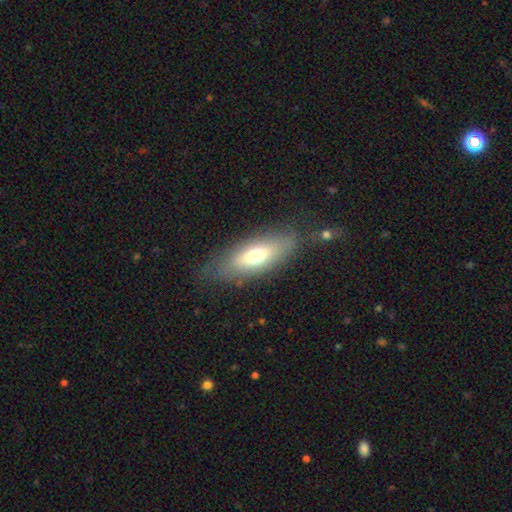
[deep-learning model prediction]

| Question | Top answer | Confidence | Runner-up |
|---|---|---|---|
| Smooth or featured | smooth | 64% | featured or disk (27%) |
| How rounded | in between | 71% | cigar-shaped (26%) |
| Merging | none | 77% | minor disturbance (14%) |